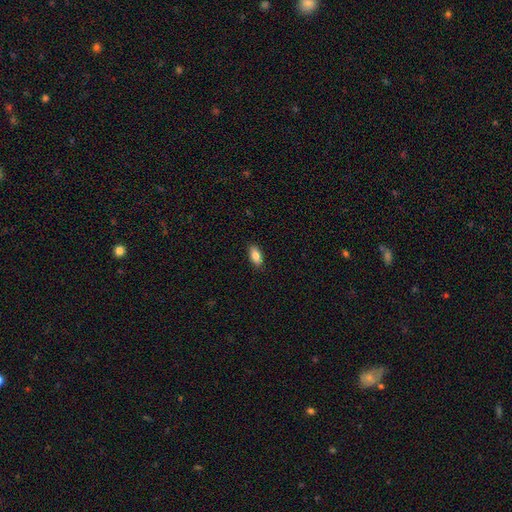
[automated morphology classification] Q: Smooth or featured?
A: smooth (86%); runner-up: featured or disk (7%)
Q: How rounded?
A: in between (87%); runner-up: cigar-shaped (10%)
Q: Merging?
A: none (88%); runner-up: minor disturbance (9%)